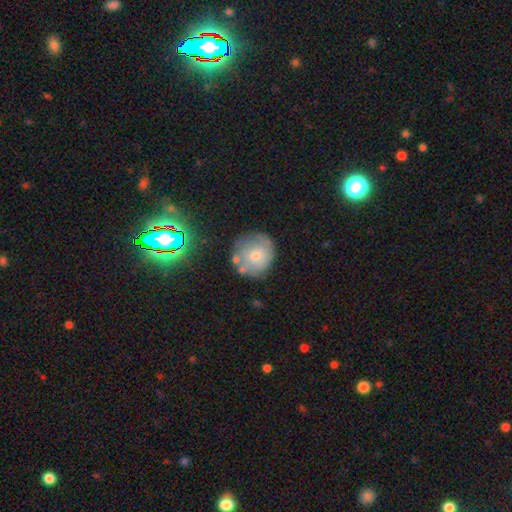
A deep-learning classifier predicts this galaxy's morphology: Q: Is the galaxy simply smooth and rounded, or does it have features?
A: smooth — 52%.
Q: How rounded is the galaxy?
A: round — 89%.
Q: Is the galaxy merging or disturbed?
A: none — 68%.